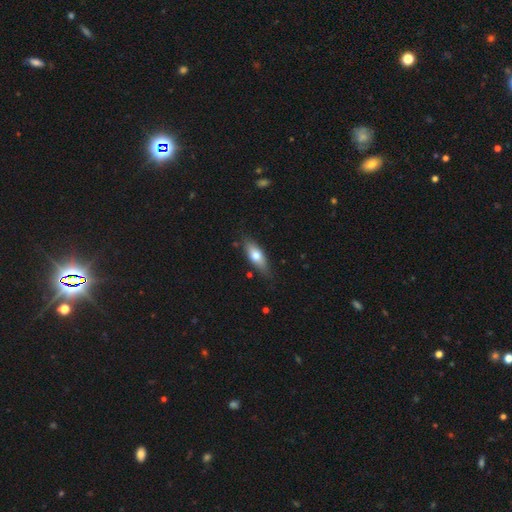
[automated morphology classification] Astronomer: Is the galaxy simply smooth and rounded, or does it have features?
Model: smooth — 64%.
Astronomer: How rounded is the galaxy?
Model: in between — 62%.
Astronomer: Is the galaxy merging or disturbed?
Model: none — 79%.